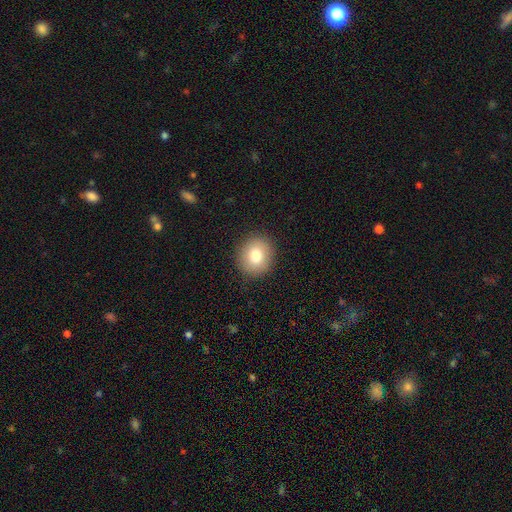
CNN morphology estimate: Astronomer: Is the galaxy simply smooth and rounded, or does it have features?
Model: smooth — 78%.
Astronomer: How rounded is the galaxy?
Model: round — 81%.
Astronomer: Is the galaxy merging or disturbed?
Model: none — 90%.